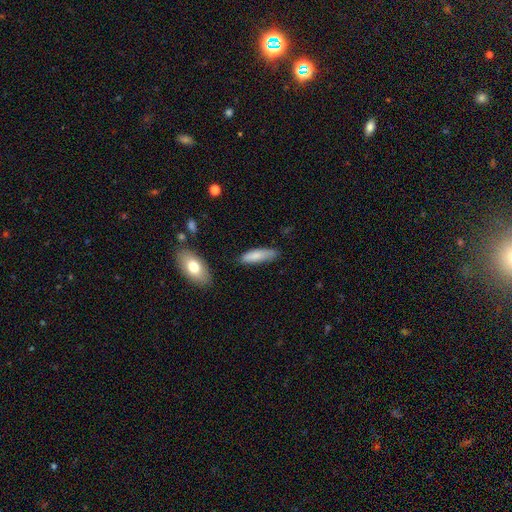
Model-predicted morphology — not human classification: This is clearly a smooth galaxy (82%). How rounded: possibly cigar-shaped (56%). Merging: likely none (74%).